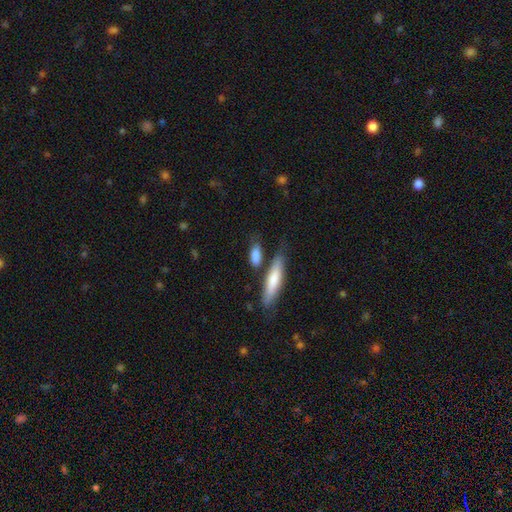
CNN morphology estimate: Smooth or featured: smooth — 80% (featured or disk — 14%)
How rounded: in between — 52% (cigar-shaped — 43%)
Merging: none — 63% (minor disturbance — 17%)